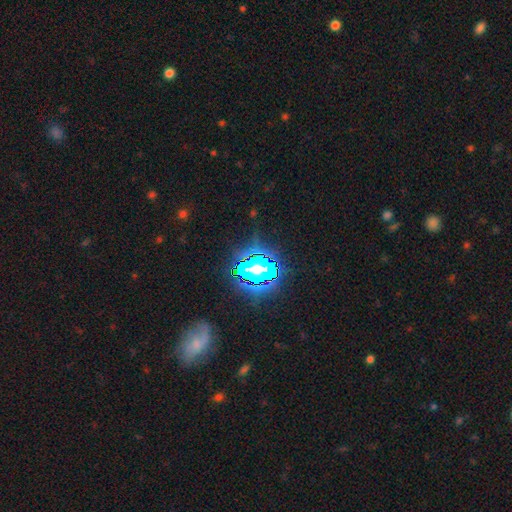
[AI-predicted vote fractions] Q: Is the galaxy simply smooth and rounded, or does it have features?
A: star or artifact — 77%.